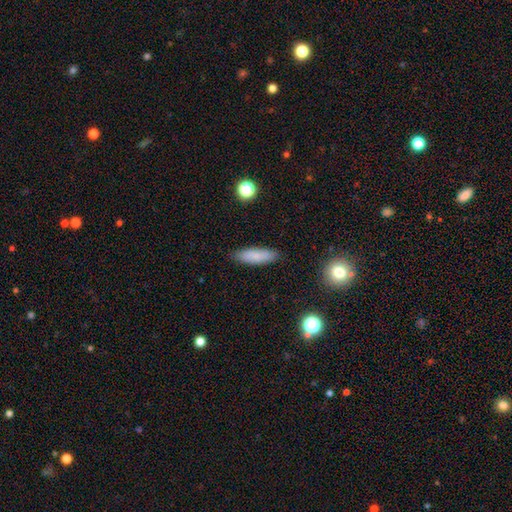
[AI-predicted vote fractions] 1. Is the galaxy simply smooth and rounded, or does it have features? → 83% smooth, 10% featured or disk, 7% star or artifact.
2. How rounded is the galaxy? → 55% cigar-shaped, 43% in between, 2% round.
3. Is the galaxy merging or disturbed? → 87% none, 10% minor disturbance, 2% major disturbance, 1% merger.